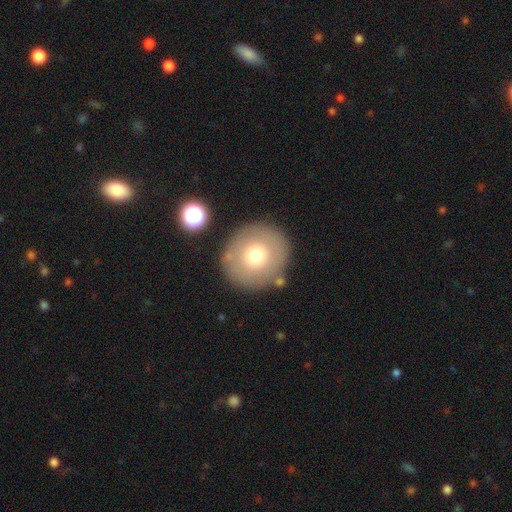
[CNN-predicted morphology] A smooth galaxy with no disk features (70%) that is round (90%).

Vote fractions:
- Smooth or featured? smooth: 70% / featured or disk: 21% / star or artifact: 9%
- How rounded? round: 90% / in between: 9% / cigar-shaped: 1%
- Merging? none: 83% / minor disturbance: 9% / merger: 4% / major disturbance: 4%